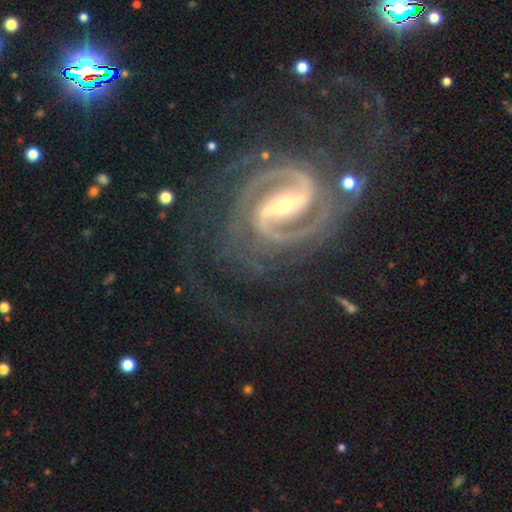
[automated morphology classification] Smooth or featured?
  - featured or disk: 93% *
  - star or artifact: 5%
  - smooth: 2%
Edge-on disk?
  - no: 98% *
  - yes: 2%
Bar?
  - strong: 66% *
  - weak: 26%
  - no: 8%
Spiral arms?
  - yes: 99% *
  - no: 1%
Spiral winding?
  - medium: 52% *
  - tight: 38%
  - loose: 10%
Spiral arm count?
  - 2: 89% *
  - 3: 3%
  - can't tell: 2%
  - 4: 2%
  - 1: 2%
  - more than 4: 2%
Bulge size?
  - small: 62% *
  - moderate: 32%
  - large: 2%
  - none: 2%
  - dominant: 1%
Merging?
  - none: 63% *
  - minor disturbance: 17%
  - major disturbance: 16%
  - merger: 4%